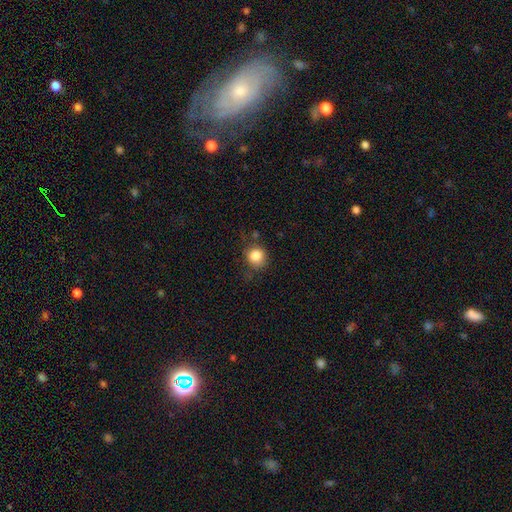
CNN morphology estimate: Smooth or featured?
  - smooth: 84% *
  - star or artifact: 10%
  - featured or disk: 6%
How rounded?
  - round: 85% *
  - in between: 14%
  - cigar-shaped: 1%
Merging?
  - none: 66% *
  - minor disturbance: 22%
  - major disturbance: 8%
  - merger: 4%